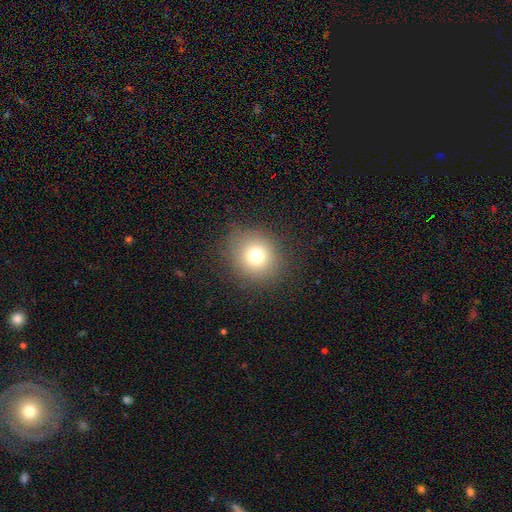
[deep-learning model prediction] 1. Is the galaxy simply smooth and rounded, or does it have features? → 75% smooth, 15% star or artifact, 10% featured or disk.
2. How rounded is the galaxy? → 84% round, 15% in between, 1% cigar-shaped.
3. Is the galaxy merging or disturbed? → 86% none, 9% minor disturbance, 4% major disturbance, 1% merger.